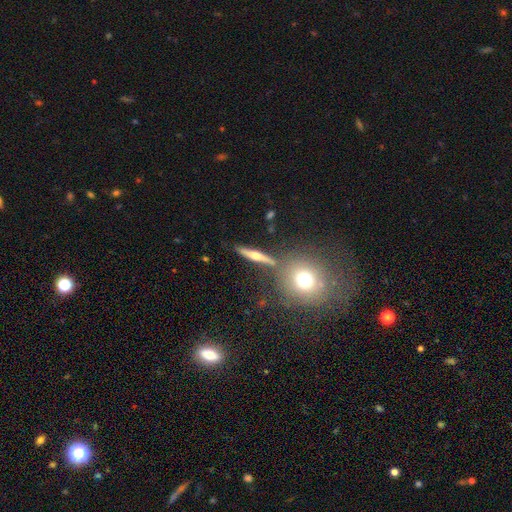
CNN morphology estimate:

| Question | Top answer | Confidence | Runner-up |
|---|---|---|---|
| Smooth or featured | featured or disk | 57% | smooth (32%) |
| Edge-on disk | yes | 91% | no (9%) |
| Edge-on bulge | rounded | 88% | none (7%) |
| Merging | none | 80% | minor disturbance (9%) |